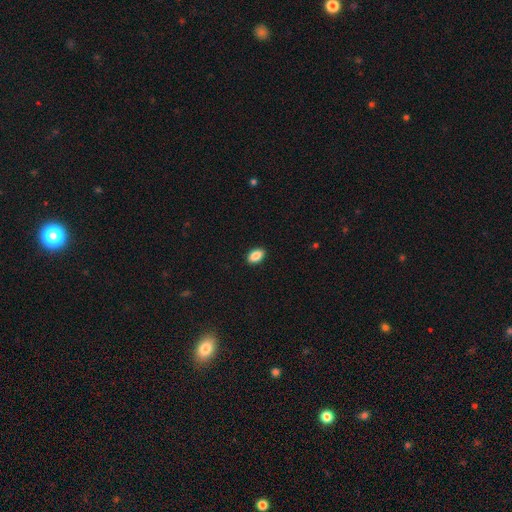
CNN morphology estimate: smooth_or_featured: smooth (p=0.89) [alt: star or artifact p=0.07]
how_rounded: in between (p=0.90) [alt: round p=0.09]
merging: none (p=0.91) [alt: minor disturbance p=0.07]